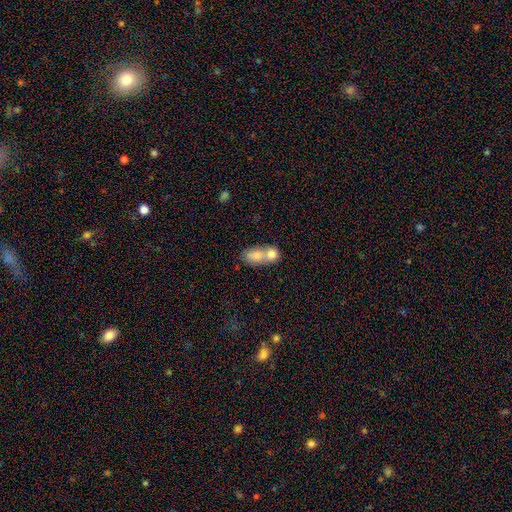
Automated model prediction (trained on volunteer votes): smooth 77%, featured or disk 15%, star or artifact 8%. Down the decision tree: how rounded — in between (70%); merging — merger (71%).